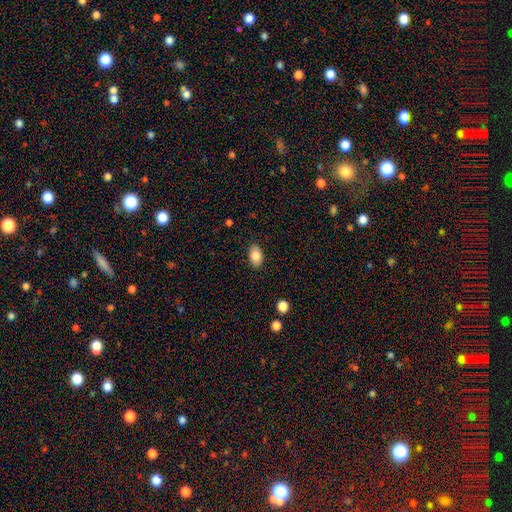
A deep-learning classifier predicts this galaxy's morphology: Smooth or featured?
  - smooth: 85% *
  - featured or disk: 8%
  - star or artifact: 7%
How rounded?
  - in between: 88% *
  - round: 10%
  - cigar-shaped: 1%
Merging?
  - none: 87% *
  - minor disturbance: 10%
  - major disturbance: 2%
  - merger: 1%